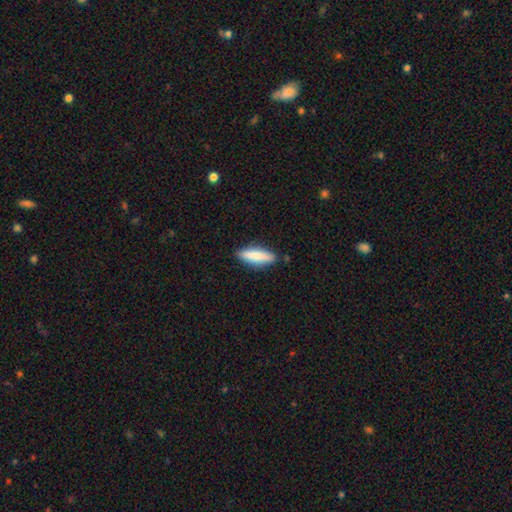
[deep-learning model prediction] The model was most divided on "how rounded": cigar-shaped: 62%, in between: 37%, round: 2%. More confident: merging — none (85%); smooth or featured — smooth (79%).